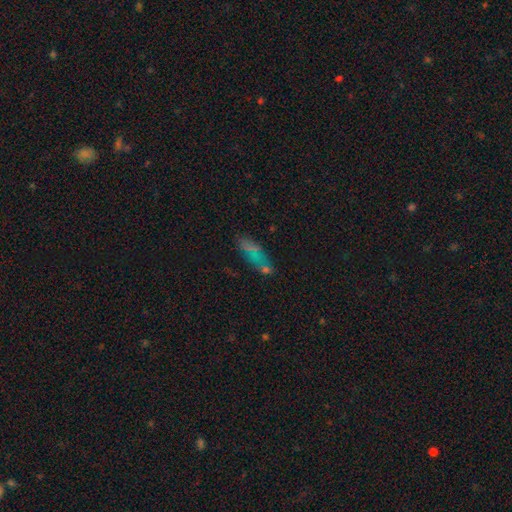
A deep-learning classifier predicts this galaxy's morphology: Smooth or featured?
  - smooth: 52% *
  - star or artifact: 25%
  - featured or disk: 23%
How rounded?
  - in between: 61% *
  - cigar-shaped: 33%
  - round: 6%
Merging?
  - none: 55% *
  - minor disturbance: 19%
  - merger: 14%
  - major disturbance: 12%